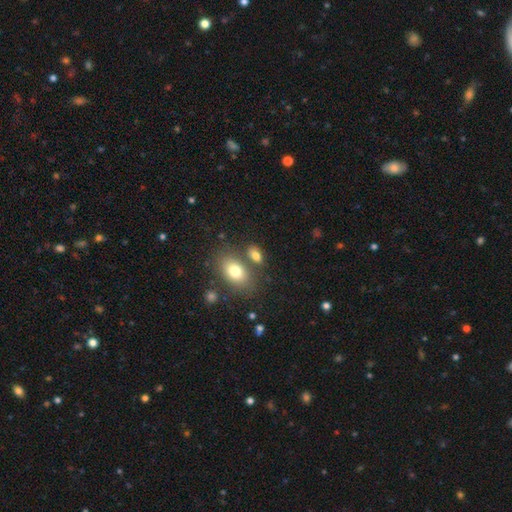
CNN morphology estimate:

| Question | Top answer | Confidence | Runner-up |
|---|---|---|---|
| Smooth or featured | smooth | 78% | featured or disk (12%) |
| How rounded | in between | 84% | round (13%) |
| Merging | none | 64% | merger (20%) |